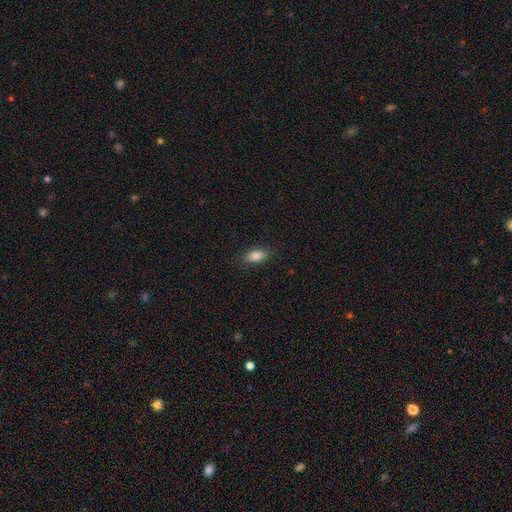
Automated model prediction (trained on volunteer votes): This appears to be a smooth galaxy with no disk features (86%) that is in between round and cigar-shaped (89%). Merging: none (86%).